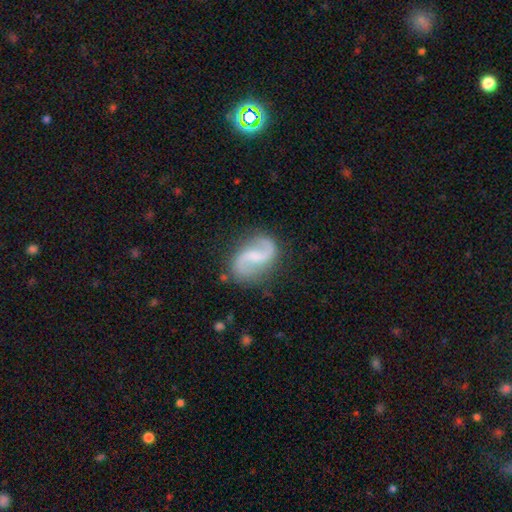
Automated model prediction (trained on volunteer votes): Q: Smooth or featured?
A: featured or disk (85%); runner-up: smooth (10%)
Q: Edge-on disk?
A: no (98%); runner-up: yes (2%)
Q: Bar?
A: weak (50%); runner-up: no (30%)
Q: Spiral arms?
A: yes (96%); runner-up: no (4%)
Q: Spiral winding?
A: loose (61%); runner-up: medium (32%)
Q: Spiral arm count?
A: 2 (93%); runner-up: can't tell (2%)
Q: Bulge size?
A: none (42%); runner-up: small (34%)
Q: Merging?
A: none (80%); runner-up: minor disturbance (13%)